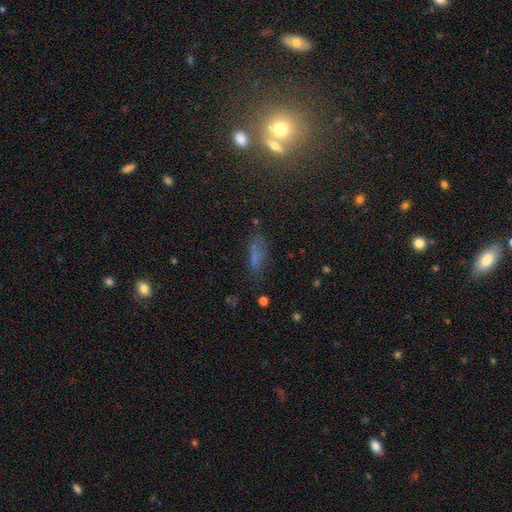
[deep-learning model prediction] A smooth galaxy with no disk features (51%) that is in between round and cigar-shaped (58%). Merging: none (57%).